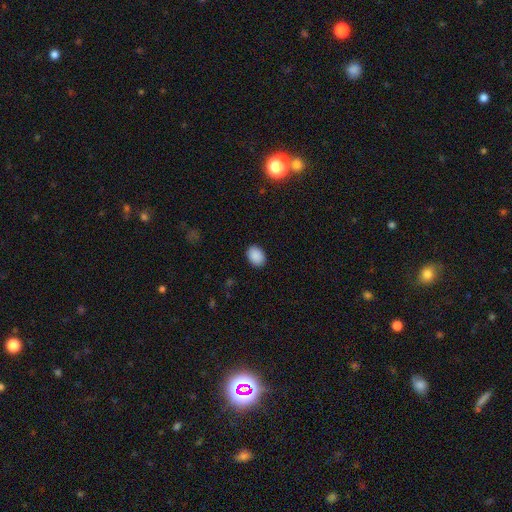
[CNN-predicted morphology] smooth_or_featured: smooth (p=0.90) [alt: star or artifact p=0.08]
how_rounded: in between (p=0.71) [alt: round p=0.28]
merging: none (p=0.89) [alt: minor disturbance p=0.08]